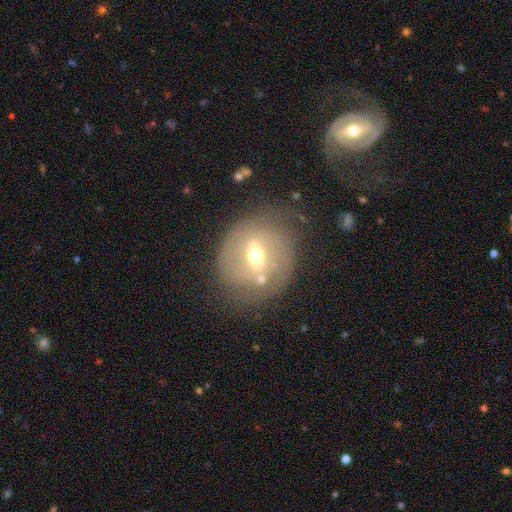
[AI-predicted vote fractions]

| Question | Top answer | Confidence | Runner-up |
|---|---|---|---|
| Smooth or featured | featured or disk | 60% | smooth (30%) |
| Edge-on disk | no | 89% | yes (11%) |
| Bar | weak | 42% | strong (36%) |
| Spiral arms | no | 68% | yes (32%) |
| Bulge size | moderate | 55% | small (40%) |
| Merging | none | 69% | minor disturbance (18%) |